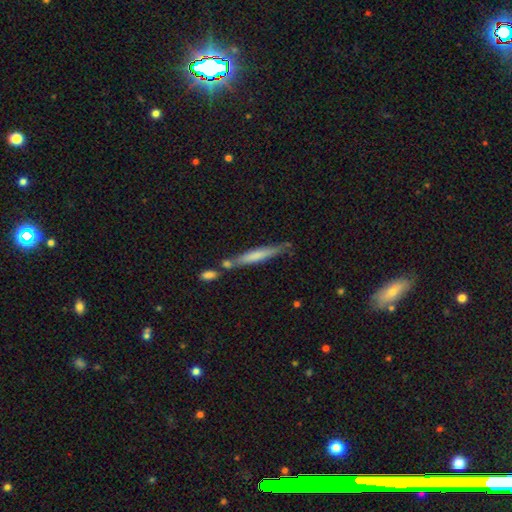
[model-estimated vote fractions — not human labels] Overall: smooth (58%; featured or disk 36%). How rounded: cigar-shaped (94%). Merging: none (63%).